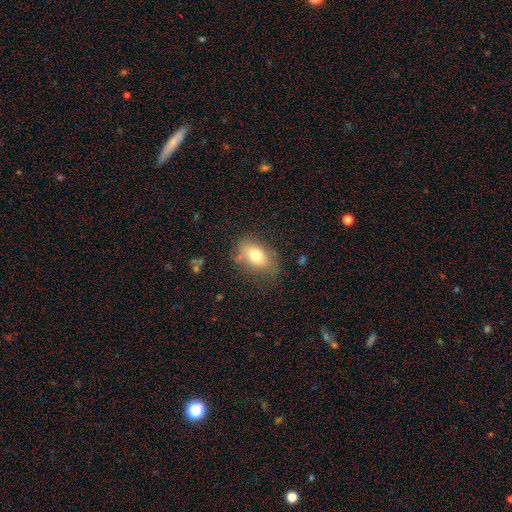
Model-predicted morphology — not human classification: Smooth or featured?
  - smooth: 74% *
  - featured or disk: 17%
  - star or artifact: 9%
How rounded?
  - in between: 84% *
  - round: 14%
  - cigar-shaped: 2%
Merging?
  - none: 64% *
  - minor disturbance: 24%
  - major disturbance: 9%
  - merger: 3%